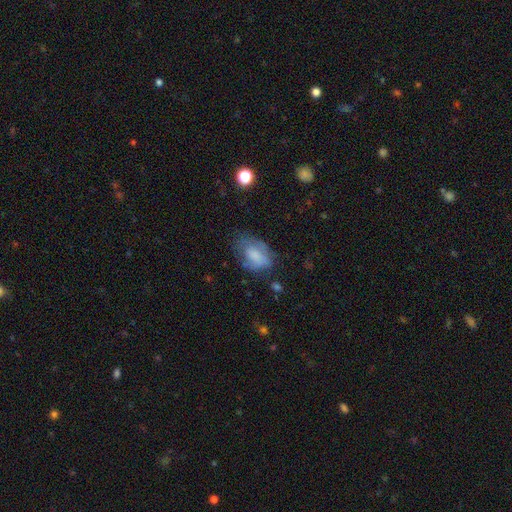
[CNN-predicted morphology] Smooth or featured? smooth (68%)
How rounded? in between (87%)
Merging? none (49%)